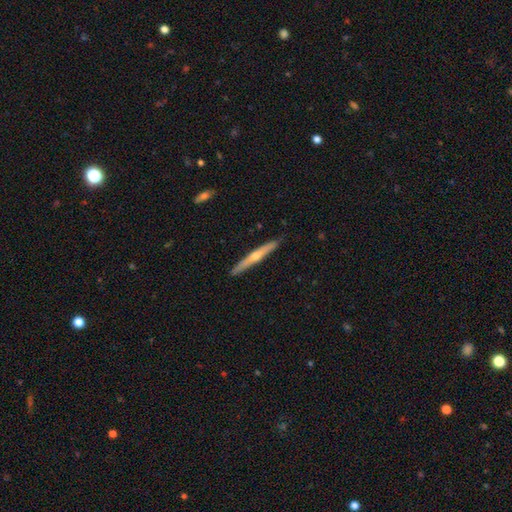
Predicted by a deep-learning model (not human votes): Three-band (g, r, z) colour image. It shows a featured or disk galaxy (64%) viewed edge-on (97%) with a rounded central bulge (82%). Merging: none (90%).